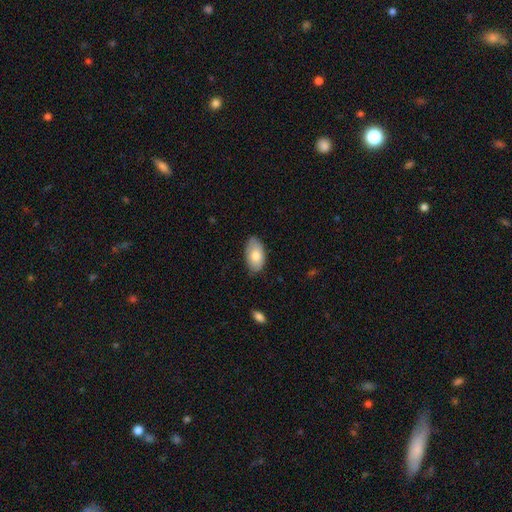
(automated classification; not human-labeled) Morphology: type=smooth (77%); roundness=in between (94%); merging=none (79%).